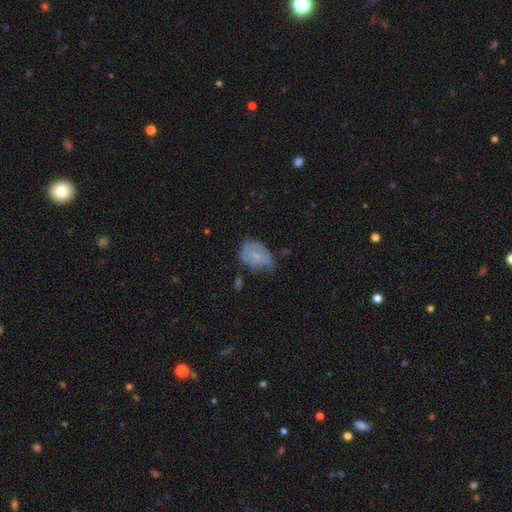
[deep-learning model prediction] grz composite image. It shows a smooth galaxy with no disk features (61%) that is in between round and cigar-shaped (73%). Merging: minor disturbance (40%).